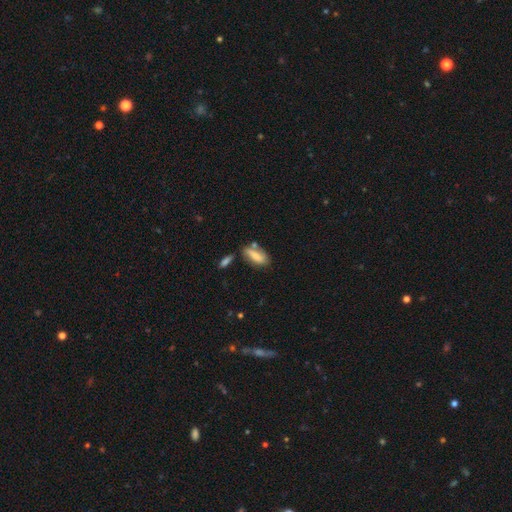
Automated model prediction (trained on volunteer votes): smooth_or_featured: smooth (p=0.75) [alt: featured or disk p=0.17]
how_rounded: in between (p=0.71) [alt: cigar-shaped p=0.27]
merging: none (p=0.53) [alt: minor disturbance p=0.23]